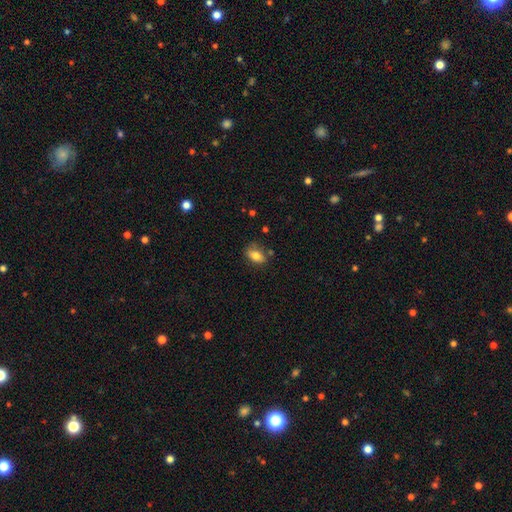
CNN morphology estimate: smooth-or-featured: smooth: 80% | featured or disk: 11% | star or artifact: 8%
  how-rounded: in between: 87% | round: 9% | cigar-shaped: 4%
  merging: none: 72% | minor disturbance: 19% | merger: 5% | major disturbance: 4%